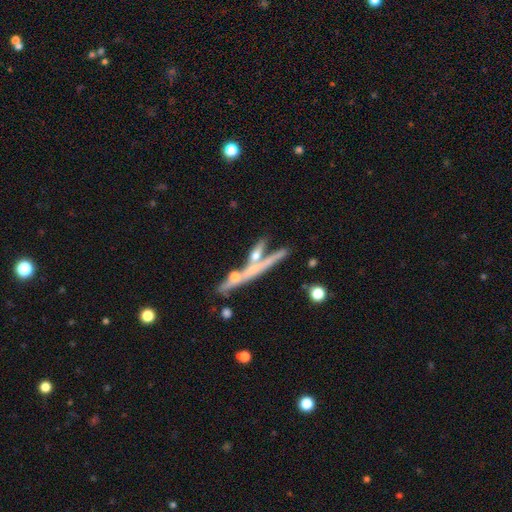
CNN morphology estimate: This is possibly a featured or disk galaxy (49%). Merging: possibly none (49%).